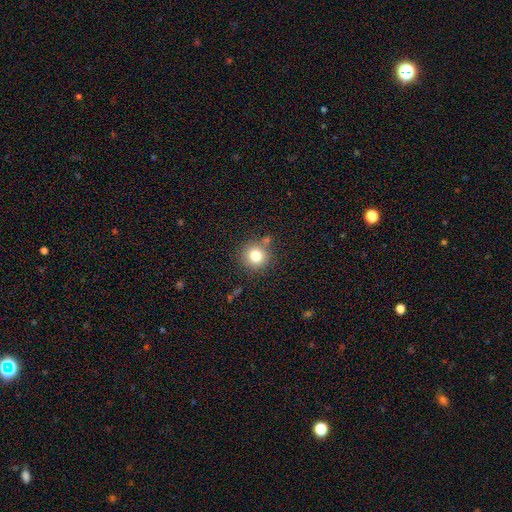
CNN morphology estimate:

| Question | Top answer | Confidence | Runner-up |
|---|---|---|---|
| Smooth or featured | smooth | 78% | star or artifact (12%) |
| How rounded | round | 93% | in between (6%) |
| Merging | none | 77% | minor disturbance (11%) |